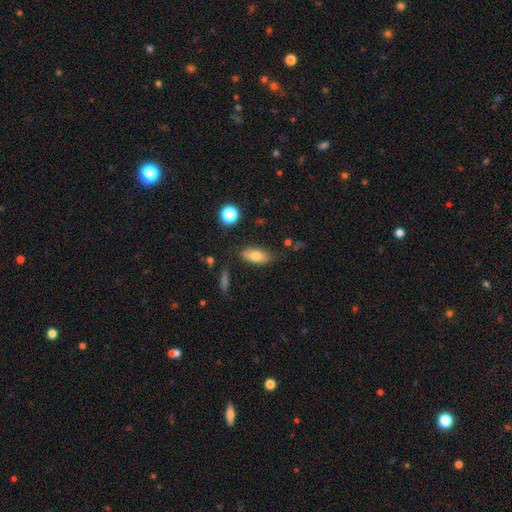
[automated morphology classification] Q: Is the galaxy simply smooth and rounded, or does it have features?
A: smooth — 76%.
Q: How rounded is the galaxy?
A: in between — 83%.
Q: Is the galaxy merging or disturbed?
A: none — 78%.